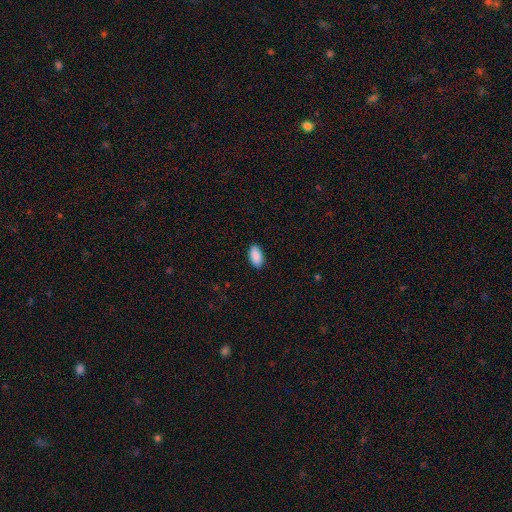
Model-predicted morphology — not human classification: The model was most divided on "merging": none: 88%, minor disturbance: 9%, major disturbance: 2%, merger: 1%. More confident: how rounded — in between (93%); smooth or featured — smooth (90%).